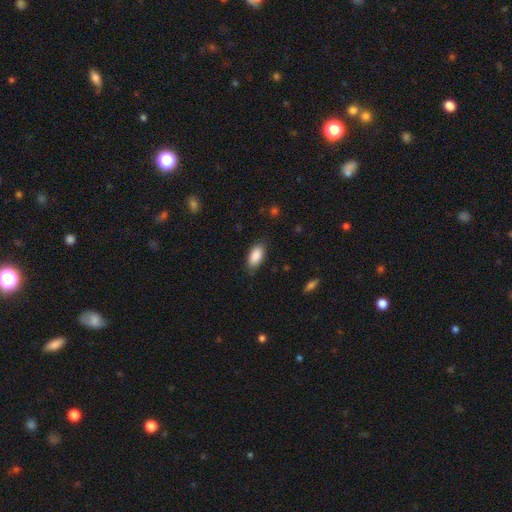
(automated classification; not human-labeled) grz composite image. It shows a smooth galaxy with no disk features (88%) that is in between round and cigar-shaped (92%). Merging: none (82%).